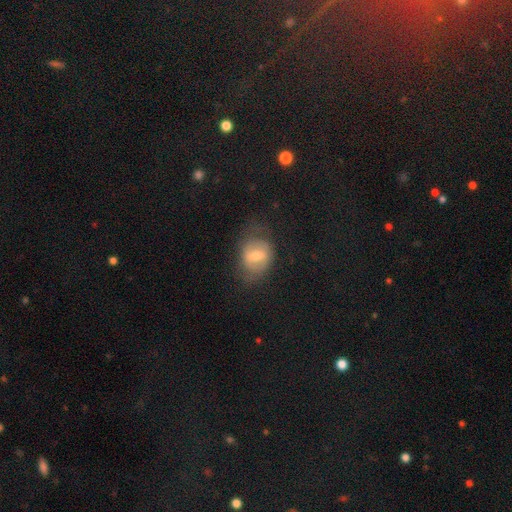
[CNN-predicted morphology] Smooth or featured? smooth (48%)
Merging? none (60%)